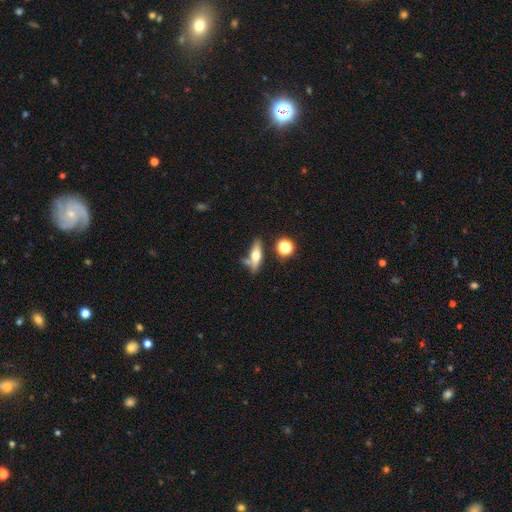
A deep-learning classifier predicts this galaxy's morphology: Q: Smooth or featured?
A: smooth (53%); runner-up: featured or disk (38%)
Q: How rounded?
A: in between (50%); runner-up: cigar-shaped (45%)
Q: Merging?
A: none (61%); runner-up: minor disturbance (16%)